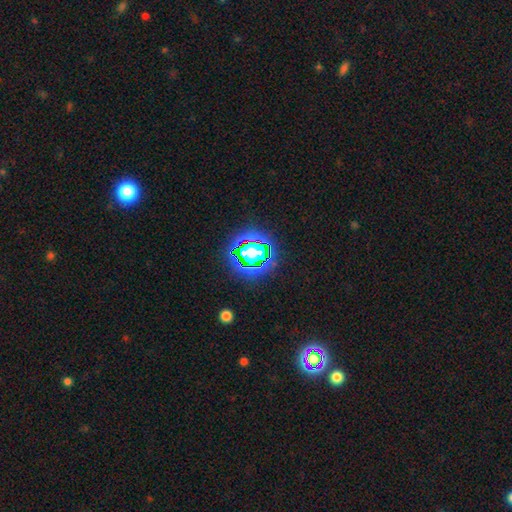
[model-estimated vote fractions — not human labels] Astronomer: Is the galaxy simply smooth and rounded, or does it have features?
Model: star or artifact — 80%.